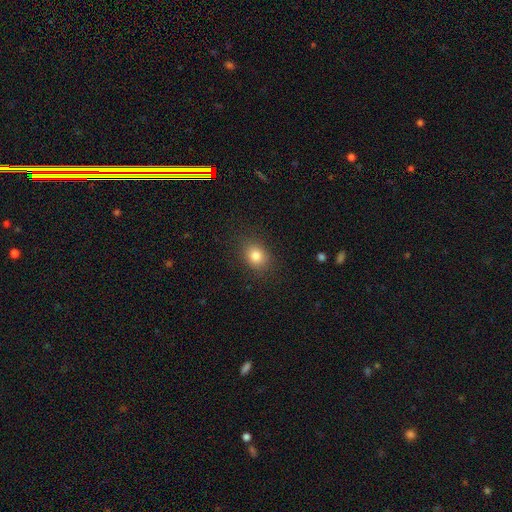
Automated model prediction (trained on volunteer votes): A smooth galaxy with no disk features (83%) that is round (51%).

Vote fractions:
- Smooth or featured? smooth: 83% / star or artifact: 11% / featured or disk: 7%
- How rounded? round: 51% / in between: 48% / cigar-shaped: 1%
- Merging? none: 85% / minor disturbance: 11% / major disturbance: 3% / merger: 1%